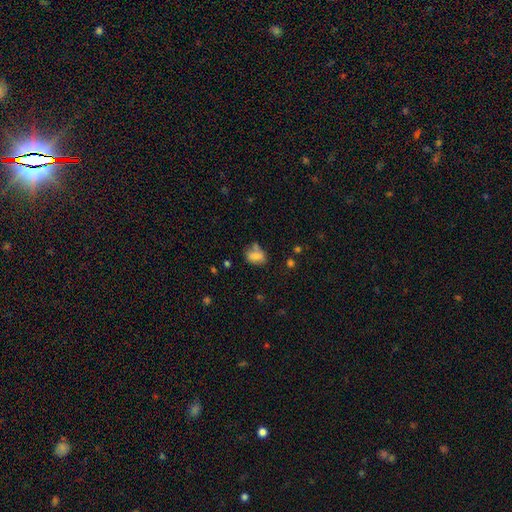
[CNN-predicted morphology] Q: Smooth or featured?
A: smooth (75%); runner-up: featured or disk (14%)
Q: How rounded?
A: in between (76%); runner-up: round (22%)
Q: Merging?
A: none (49%); runner-up: minor disturbance (23%)